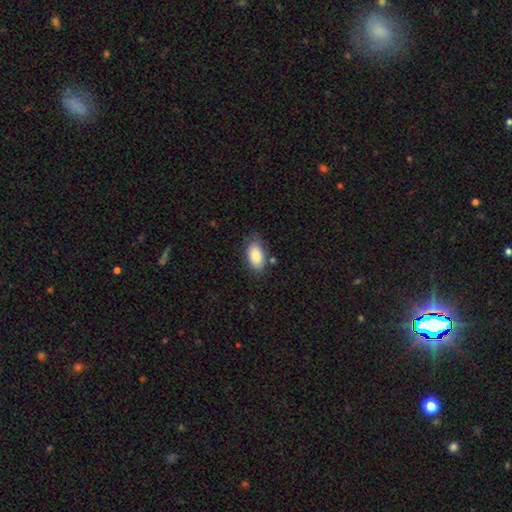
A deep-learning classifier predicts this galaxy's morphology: Smooth or featured?
  - smooth: 87% *
  - star or artifact: 7%
  - featured or disk: 6%
How rounded?
  - in between: 93% *
  - round: 4%
  - cigar-shaped: 3%
Merging?
  - none: 76% *
  - minor disturbance: 16%
  - major disturbance: 4%
  - merger: 3%